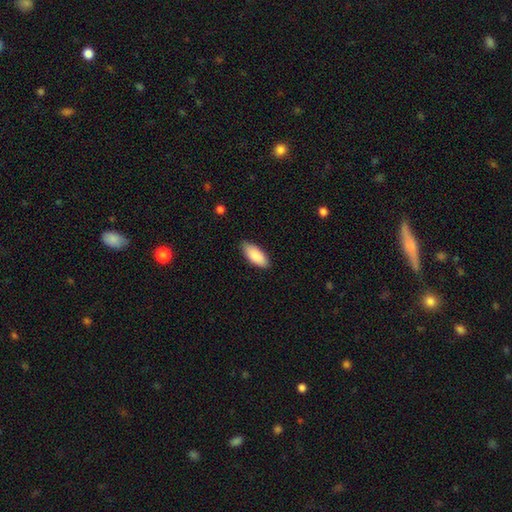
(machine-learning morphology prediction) A smooth galaxy with no disk features (89%) that is in between round and cigar-shaped (87%).

Vote fractions:
- Smooth or featured? smooth: 89% / featured or disk: 6% / star or artifact: 6%
- How rounded? in between: 87% / cigar-shaped: 12% / round: 2%
- Merging? none: 82% / minor disturbance: 14% / major disturbance: 2% / merger: 1%